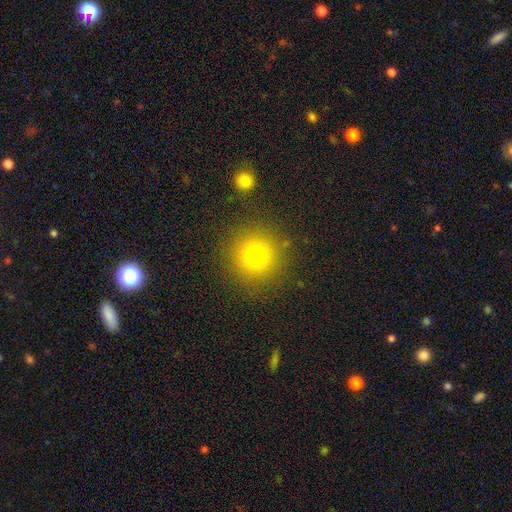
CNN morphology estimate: Smooth or featured: smooth — 75% (star or artifact — 16%)
How rounded: round — 95% (in between — 4%)
Merging: none — 88% (minor disturbance — 6%)